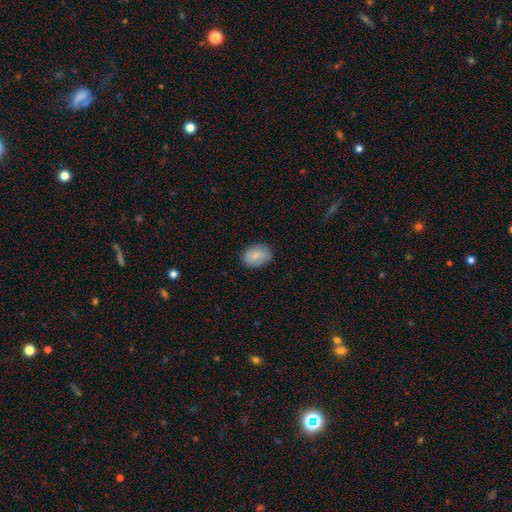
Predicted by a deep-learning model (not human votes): smooth_or_featured: smooth (p=0.83) [alt: featured or disk p=0.10]
how_rounded: in between (p=0.71) [alt: round p=0.28]
merging: none (p=0.81) [alt: minor disturbance p=0.15]